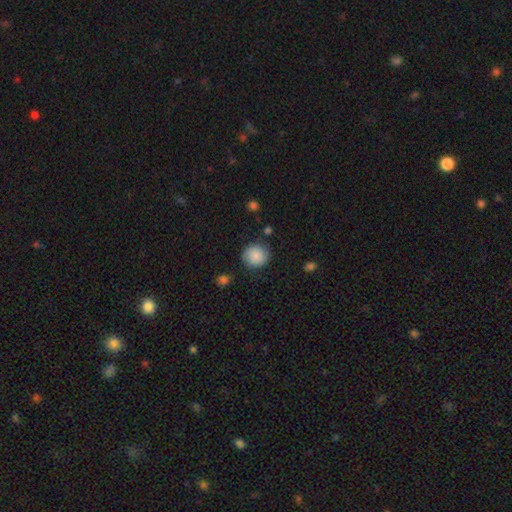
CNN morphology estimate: Overall: smooth (86%). How rounded: round (89%). Merging: none (84%).